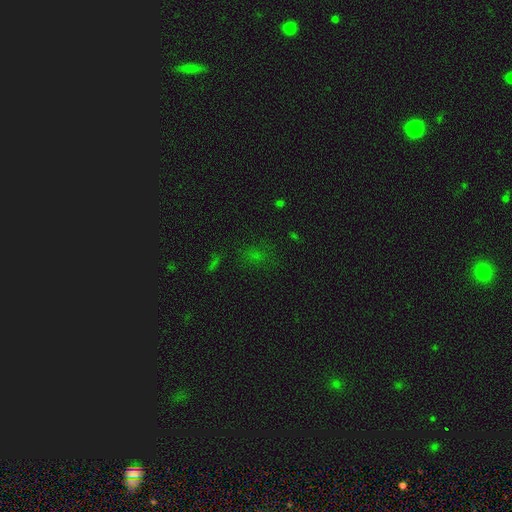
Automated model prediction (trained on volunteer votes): smooth 47%, star or artifact 43%, featured or disk 10%. Down the decision tree: merging — none (71%).